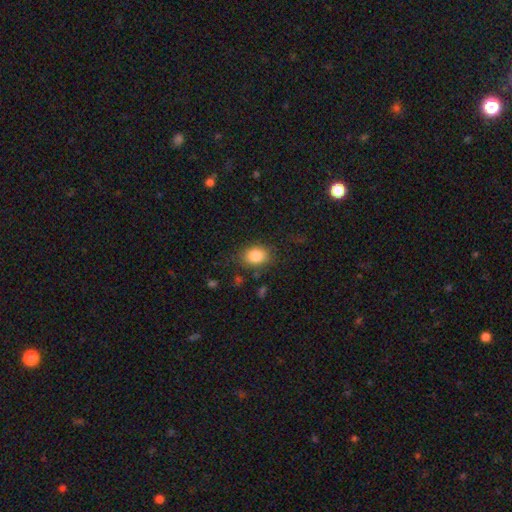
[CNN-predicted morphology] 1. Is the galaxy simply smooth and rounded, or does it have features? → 84% smooth, 9% star or artifact, 8% featured or disk.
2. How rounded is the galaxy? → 63% in between, 35% round, 1% cigar-shaped.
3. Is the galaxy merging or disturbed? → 80% none, 13% minor disturbance, 5% major disturbance, 2% merger.